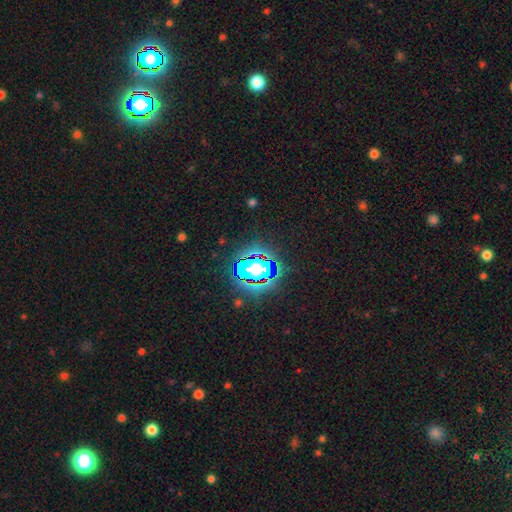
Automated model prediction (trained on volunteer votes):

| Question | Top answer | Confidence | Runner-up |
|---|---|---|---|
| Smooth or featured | star or artifact | 80% | smooth (12%) |